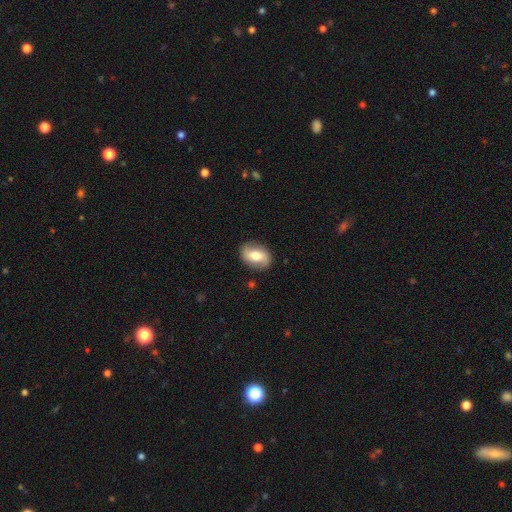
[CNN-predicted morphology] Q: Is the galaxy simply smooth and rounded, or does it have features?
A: smooth — 52%.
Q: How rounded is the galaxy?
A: in between — 77%.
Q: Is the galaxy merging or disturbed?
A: none — 84%.